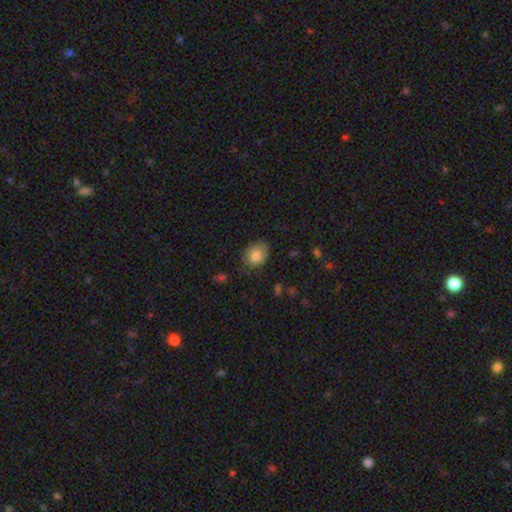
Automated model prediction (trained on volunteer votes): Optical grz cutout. It shows a smooth galaxy with no disk features (78%) that is round (51%). Merging: none (69%).